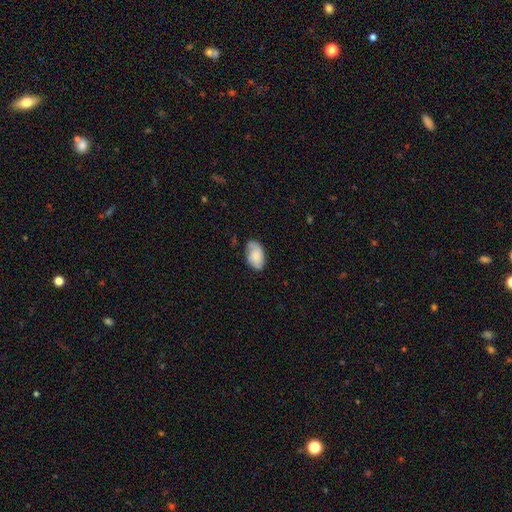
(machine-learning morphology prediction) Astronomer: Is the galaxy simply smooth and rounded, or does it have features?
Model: smooth — 64%.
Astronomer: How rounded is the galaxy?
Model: in between — 91%.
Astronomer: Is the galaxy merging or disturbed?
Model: none — 67%.